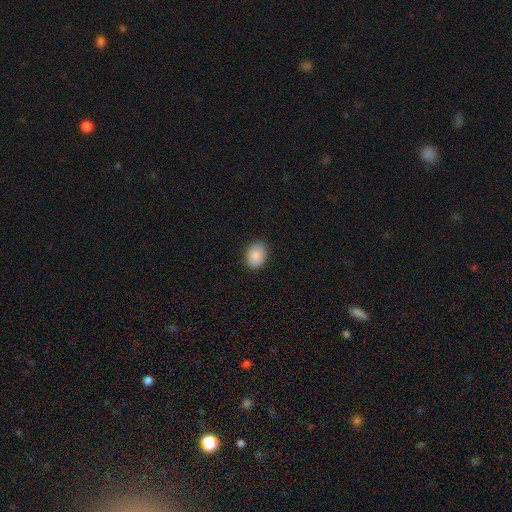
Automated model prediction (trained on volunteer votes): Morphology: type=smooth (88%); roundness=in between (71%); merging=none (85%).